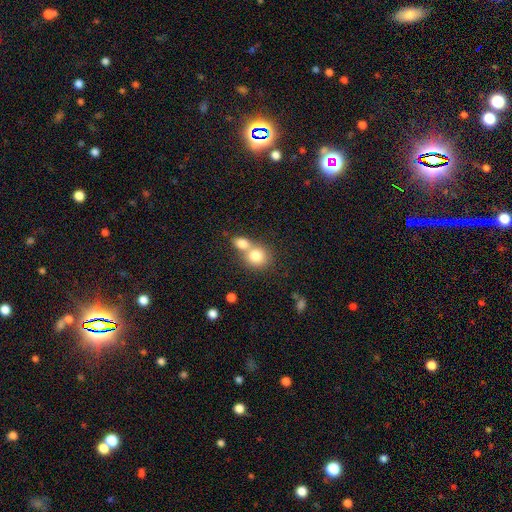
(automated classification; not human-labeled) Smooth or featured? smooth (78%)
How rounded? round (73%)
Merging? merger (60%)